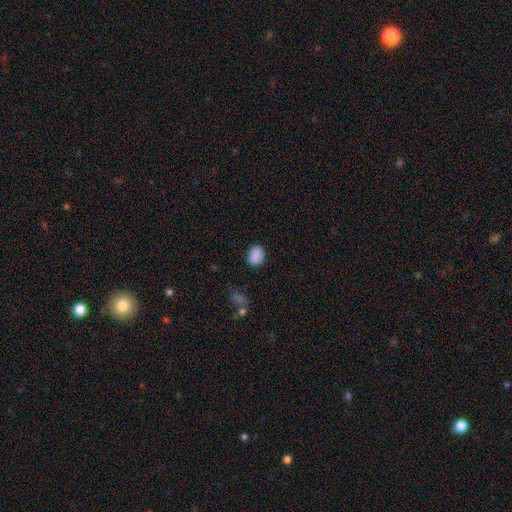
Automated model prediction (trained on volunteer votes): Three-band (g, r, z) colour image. It shows a smooth galaxy with no disk features (88%) that is in between round and cigar-shaped (63%). Merging: none (83%).